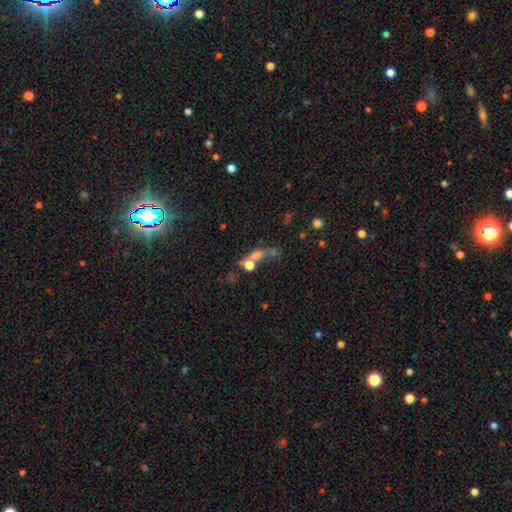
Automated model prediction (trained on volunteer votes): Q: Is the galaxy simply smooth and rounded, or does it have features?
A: smooth — 51%.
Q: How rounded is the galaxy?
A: round — 47%.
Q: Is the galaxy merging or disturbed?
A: merger — 45%.